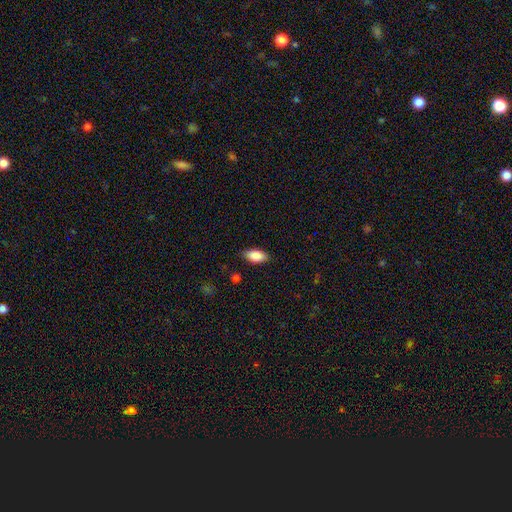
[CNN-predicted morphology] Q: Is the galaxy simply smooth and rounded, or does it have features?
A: smooth — 87%.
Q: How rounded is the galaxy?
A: in between — 91%.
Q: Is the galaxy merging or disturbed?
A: none — 86%.